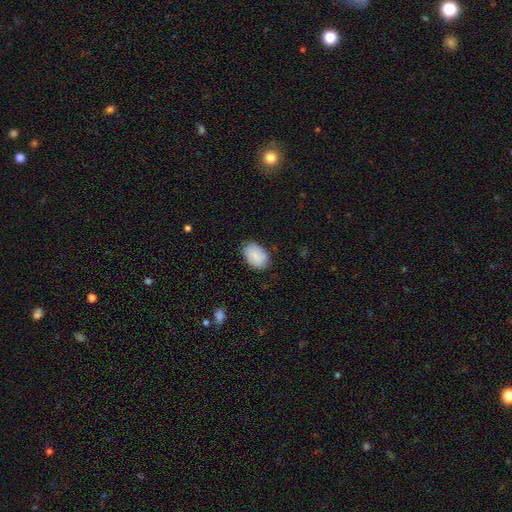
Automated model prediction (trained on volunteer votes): smooth 79%, featured or disk 15%, star or artifact 7%. Down the decision tree: how rounded — in between (88%); merging — none (79%).